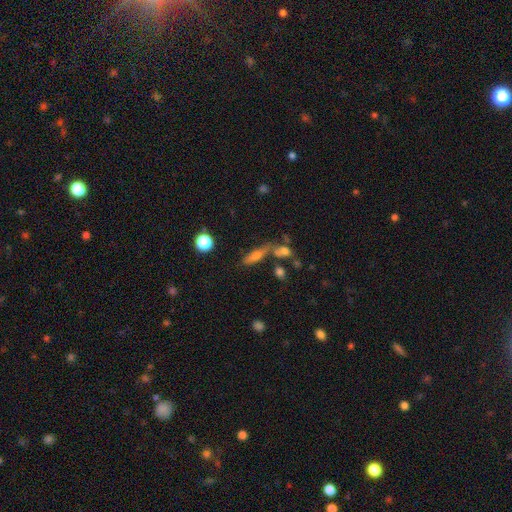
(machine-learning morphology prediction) This is likely a smooth galaxy (62%). How rounded: possibly cigar-shaped (56%). Merging: possibly none (52%).